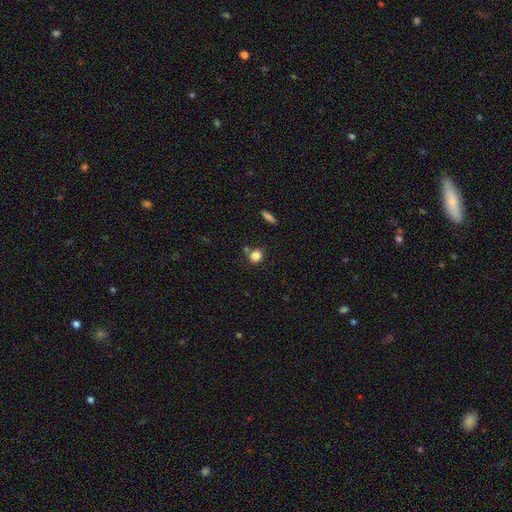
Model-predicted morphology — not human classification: Smooth or featured: smooth — 83% (star or artifact — 11%)
How rounded: round — 73% (in between — 25%)
Merging: none — 68% (merger — 14%)